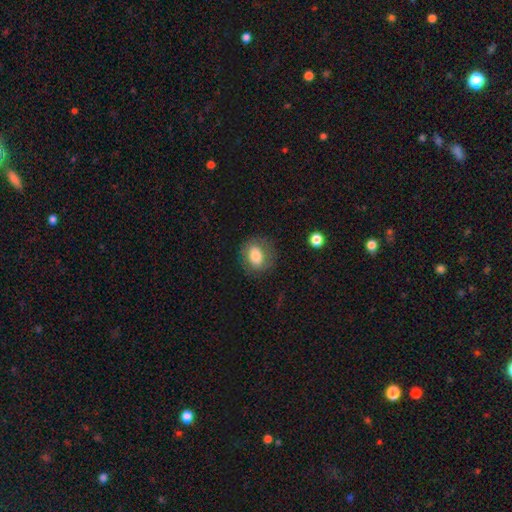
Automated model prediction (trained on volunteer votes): Overall: smooth (76%). How rounded: round (52%; in between 47%). Merging: none (76%).